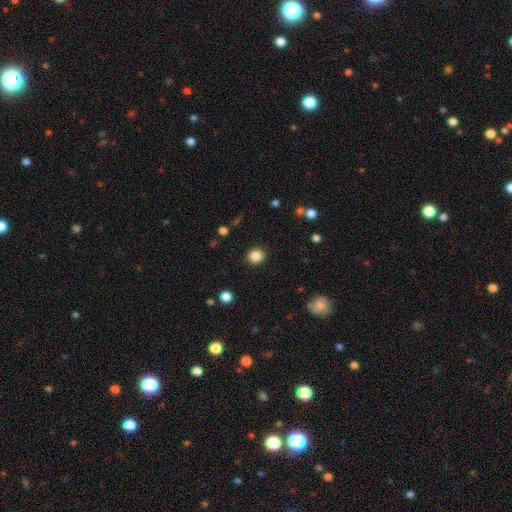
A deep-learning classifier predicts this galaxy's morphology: Smooth or featured? Predicted: smooth (p=0.85). How rounded? Predicted: round (p=0.89). Merging? Predicted: none (p=0.91).